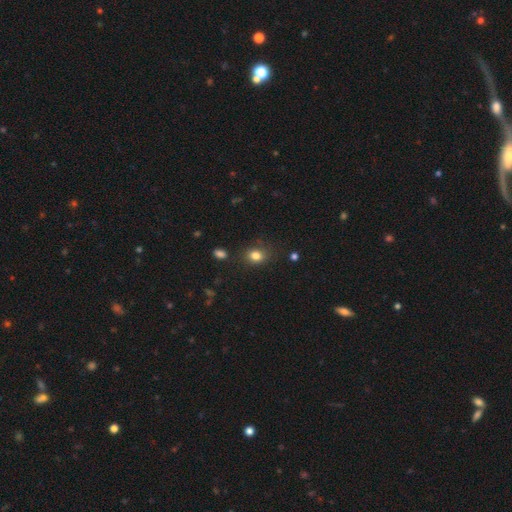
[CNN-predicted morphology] Smooth or featured? smooth (82%)
How rounded? round (52%)
Merging? none (79%)